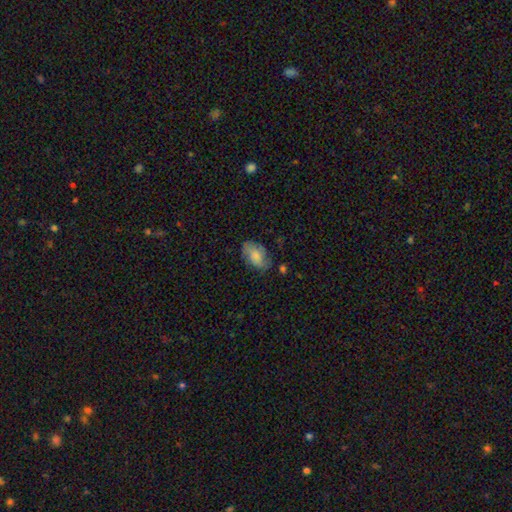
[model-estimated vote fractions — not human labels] Smooth or featured?
  - smooth: 64% *
  - featured or disk: 29%
  - star or artifact: 8%
How rounded?
  - in between: 90% *
  - round: 8%
  - cigar-shaped: 2%
Merging?
  - none: 64% *
  - minor disturbance: 25%
  - major disturbance: 8%
  - merger: 3%